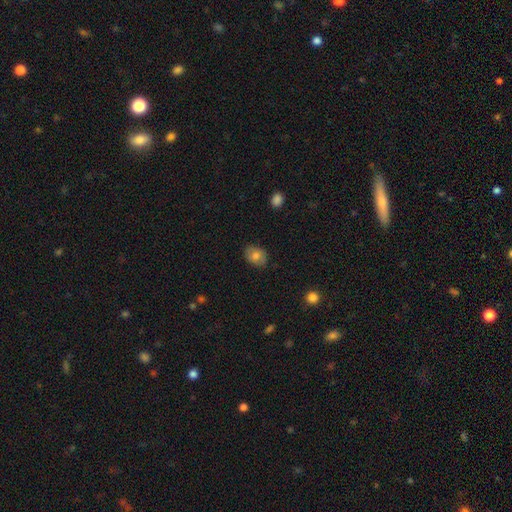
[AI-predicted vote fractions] Smooth or featured? smooth (78%)
How rounded? in between (68%)
Merging? none (82%)